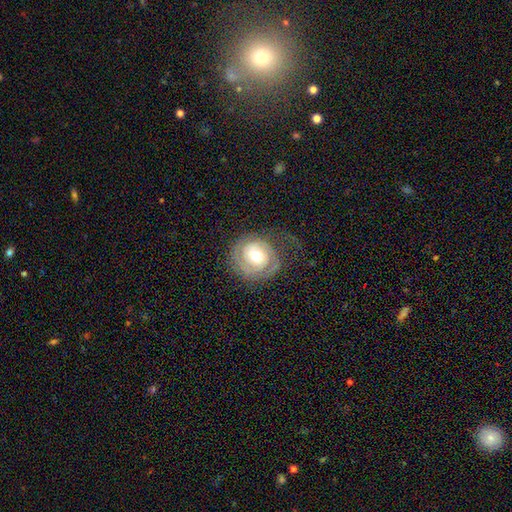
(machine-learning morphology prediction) smooth_or_featured: featured or disk (p=0.73) [alt: smooth p=0.21]
disk_edge_on: no (p=0.97) [alt: yes p=0.03]
bar: no (p=0.65) [alt: weak p=0.28]
has_spiral_arms: yes (p=0.89) [alt: no p=0.11]
spiral_winding: tight (p=0.65) [alt: medium p=0.25]
spiral_arm_count: 2 (p=0.47) [alt: can't tell p=0.21]
bulge_size: moderate (p=0.66) [alt: small p=0.20]
merging: none (p=0.60) [alt: minor disturbance p=0.21]